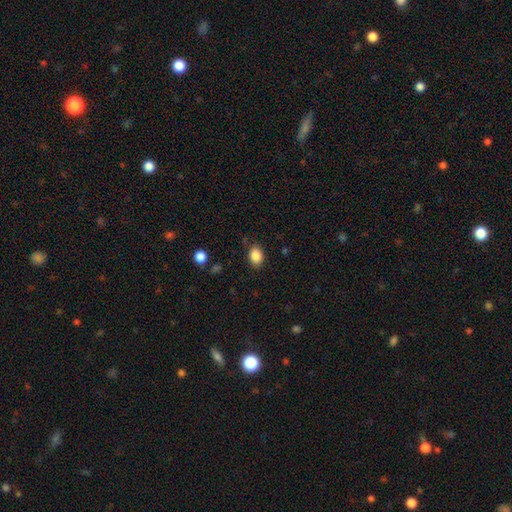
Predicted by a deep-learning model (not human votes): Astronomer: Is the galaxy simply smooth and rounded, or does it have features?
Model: smooth — 88%.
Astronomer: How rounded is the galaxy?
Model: in between — 74%.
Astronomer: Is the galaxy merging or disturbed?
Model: none — 84%.